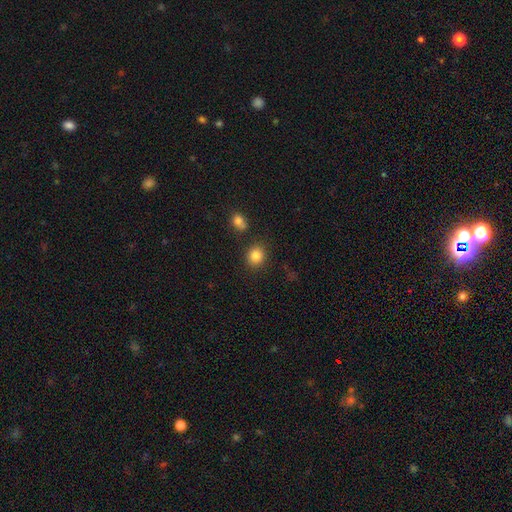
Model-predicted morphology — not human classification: Smooth or featured? smooth (84%)
How rounded? round (77%)
Merging? none (83%)